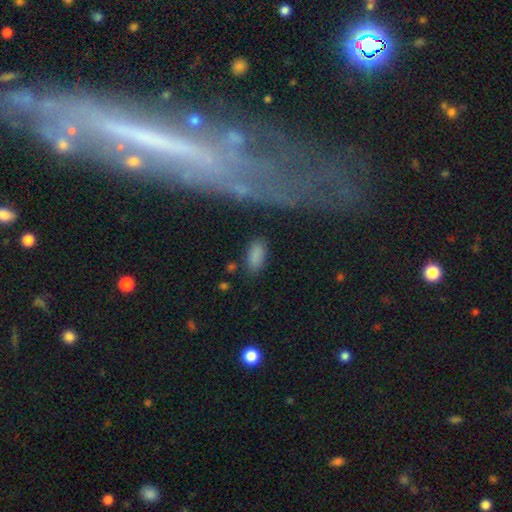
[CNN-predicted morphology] Smooth or featured? smooth (85%)
How rounded? in between (92%)
Merging? none (80%)